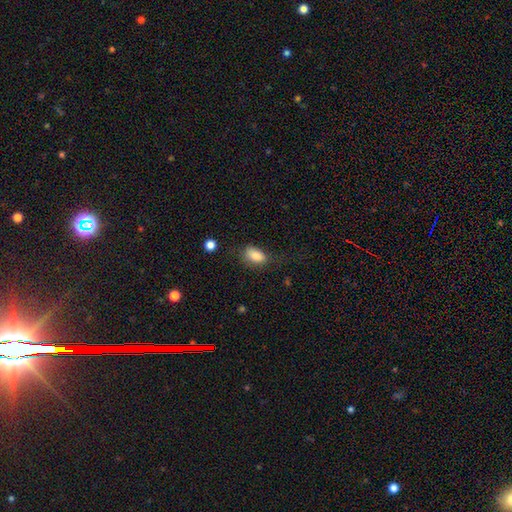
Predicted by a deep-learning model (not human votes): Smooth or featured? Predicted: smooth (p=0.84). How rounded? Predicted: in between (p=0.88). Merging? Predicted: none (p=0.62).